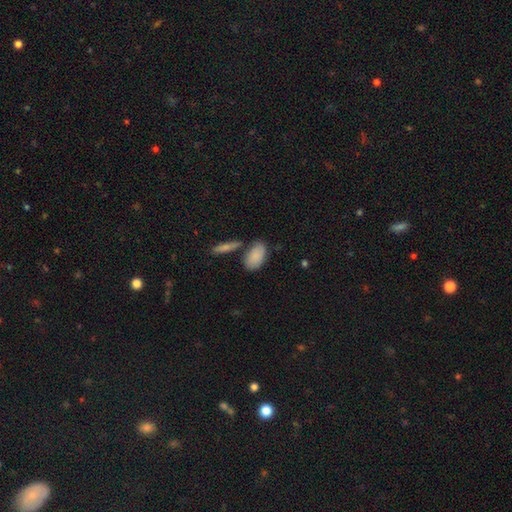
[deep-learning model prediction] A smooth galaxy with no disk features (86%) that is in between round and cigar-shaped (92%).

Vote fractions:
- Smooth or featured? smooth: 86% / featured or disk: 8% / star or artifact: 6%
- How rounded? in between: 92% / cigar-shaped: 4% / round: 4%
- Merging? none: 67% / minor disturbance: 16% / merger: 13% / major disturbance: 4%